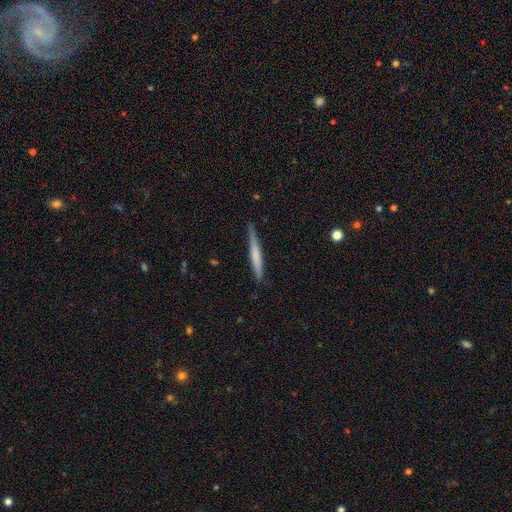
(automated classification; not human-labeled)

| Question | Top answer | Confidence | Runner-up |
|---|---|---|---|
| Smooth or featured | smooth | 58% | featured or disk (36%) |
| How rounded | cigar-shaped | 96% | in between (3%) |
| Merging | none | 85% | minor disturbance (12%) |